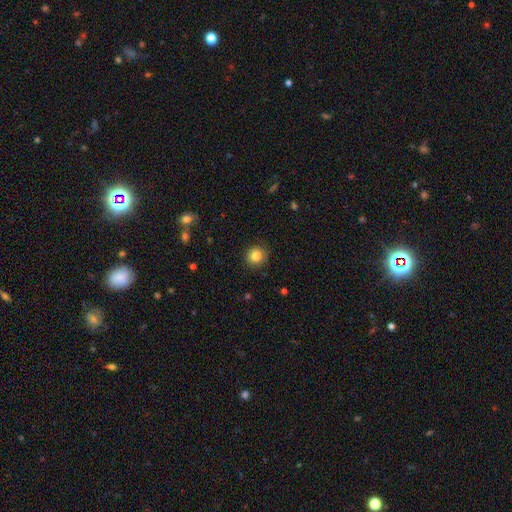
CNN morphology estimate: Overall: smooth (83%). How rounded: round (90%). Merging: none (90%).